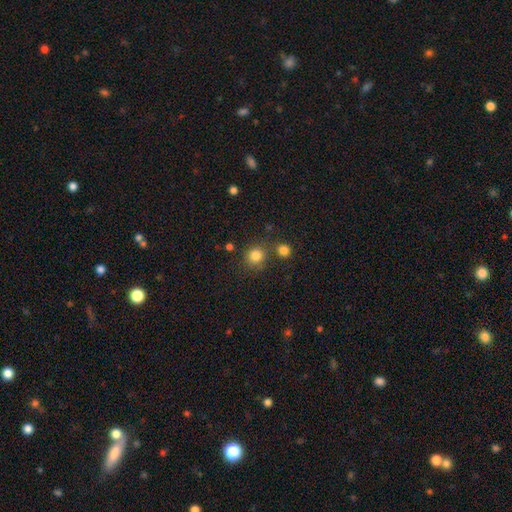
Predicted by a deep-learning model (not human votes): This appears to be a smooth galaxy with no disk features (83%) that is round (88%). Merging: none (71%).